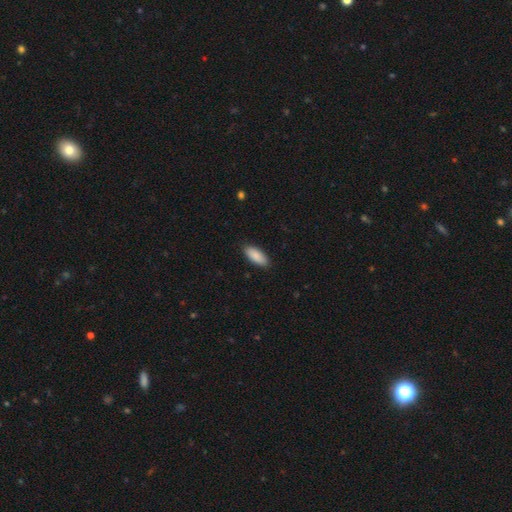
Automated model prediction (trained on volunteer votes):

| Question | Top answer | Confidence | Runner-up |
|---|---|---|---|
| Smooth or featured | smooth | 90% | star or artifact (5%) |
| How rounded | in between | 83% | cigar-shaped (15%) |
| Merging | none | 89% | minor disturbance (9%) |